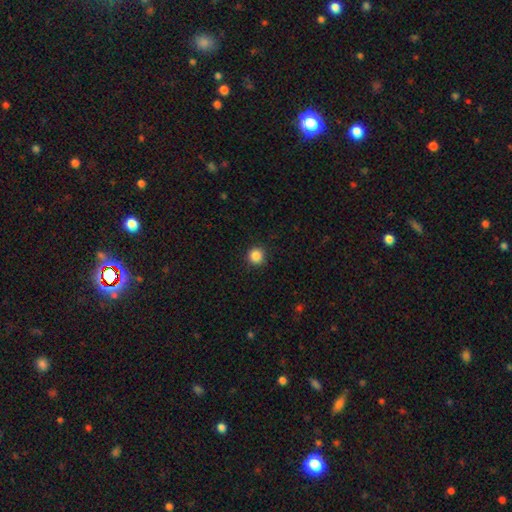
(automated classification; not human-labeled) Morphology: type=smooth (86%); roundness=round (94%); merging=none (91%).